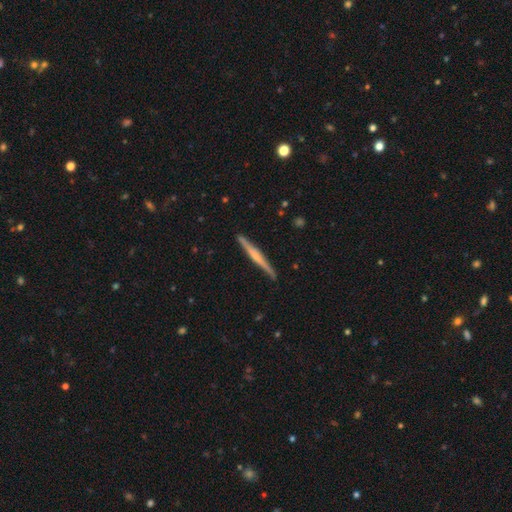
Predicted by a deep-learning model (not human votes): This appears to be a featured or disk galaxy (64%) viewed edge-on (98%) with a rounded central bulge (48%). Merging: none (90%).